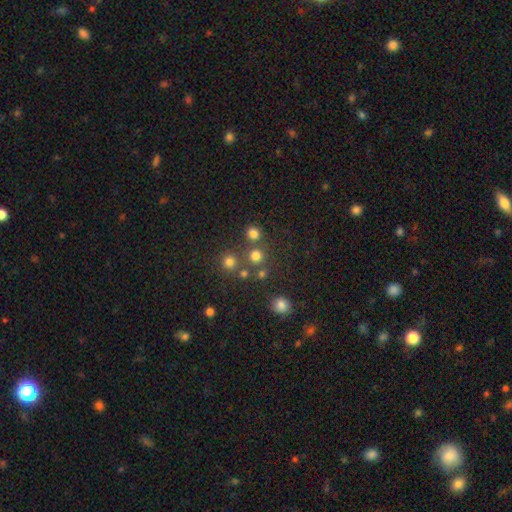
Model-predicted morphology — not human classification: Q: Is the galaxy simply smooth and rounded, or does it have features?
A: smooth — 74%.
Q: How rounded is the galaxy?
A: round — 92%.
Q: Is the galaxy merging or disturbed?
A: none — 73%.